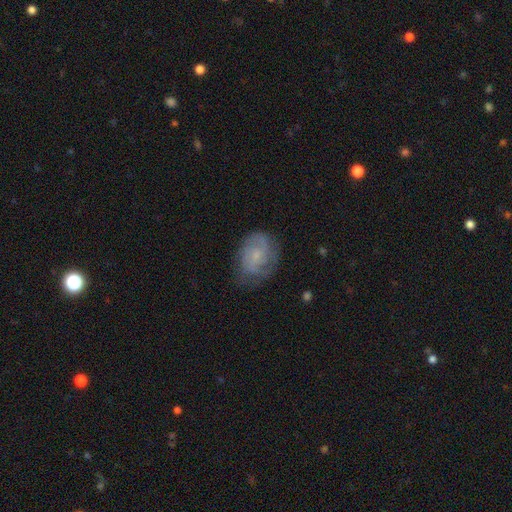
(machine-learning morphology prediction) This appears to be a featured or disk galaxy (57%) with no bar (66%), spiral arms (84%) and a small central bulge (61%). Merging: none (64%).